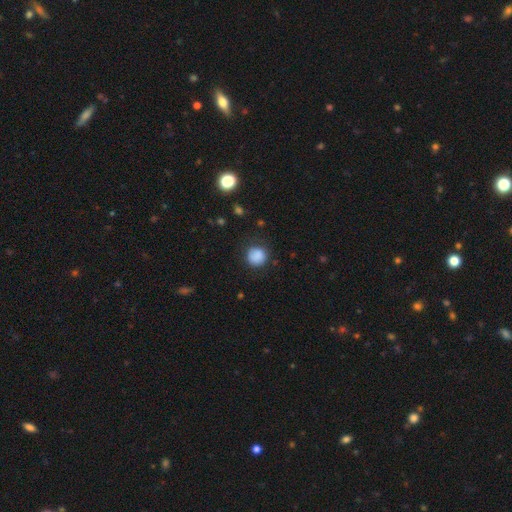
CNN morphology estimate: A smooth galaxy with no disk features (87%) that is round (90%).

Vote fractions:
- Smooth or featured? smooth: 87% / star or artifact: 10% / featured or disk: 4%
- How rounded? round: 90% / in between: 9% / cigar-shaped: 1%
- Merging? none: 81% / minor disturbance: 13% / major disturbance: 4% / merger: 1%